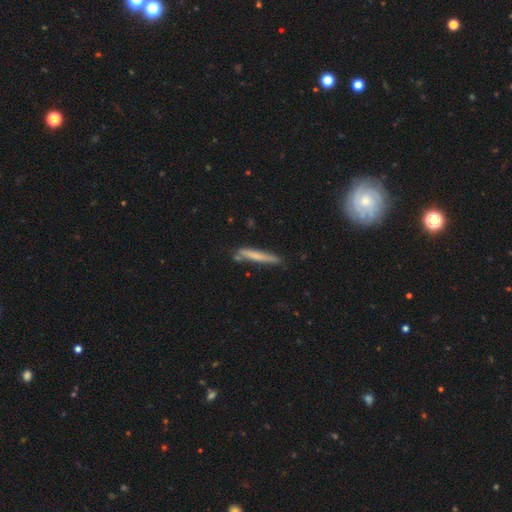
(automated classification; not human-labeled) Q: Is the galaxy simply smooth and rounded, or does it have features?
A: smooth — 63%.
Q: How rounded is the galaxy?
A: cigar-shaped — 95%.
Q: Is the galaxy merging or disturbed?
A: none — 75%.